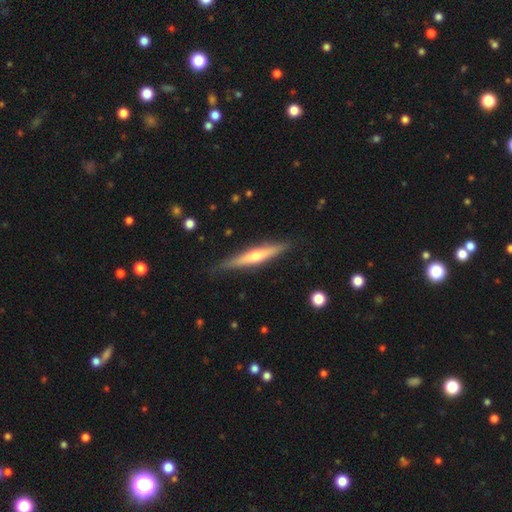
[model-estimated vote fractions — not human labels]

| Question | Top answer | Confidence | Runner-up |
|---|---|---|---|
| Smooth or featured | featured or disk | 58% | smooth (36%) |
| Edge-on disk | yes | 95% | no (5%) |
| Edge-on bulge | rounded | 79% | none (16%) |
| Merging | none | 86% | minor disturbance (11%) |